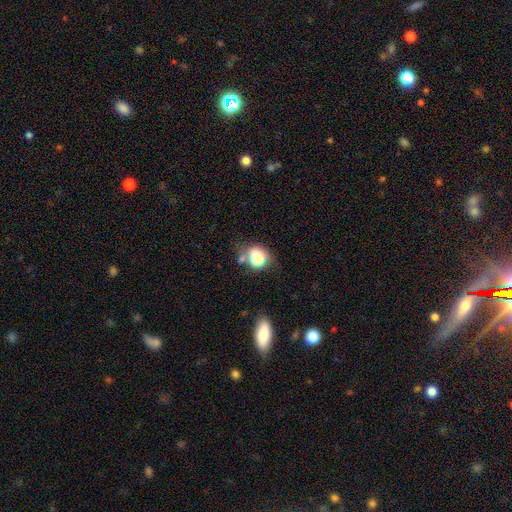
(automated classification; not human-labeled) Smooth or featured?
  - smooth: 70% *
  - star or artifact: 15%
  - featured or disk: 14%
How rounded?
  - round: 54% *
  - in between: 44%
  - cigar-shaped: 1%
Merging?
  - none: 51% *
  - minor disturbance: 21%
  - merger: 16%
  - major disturbance: 12%